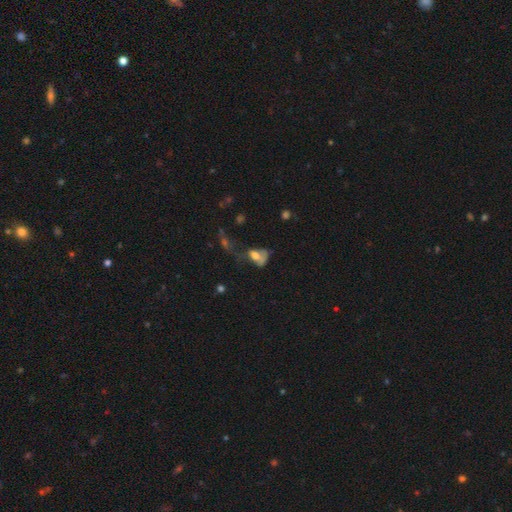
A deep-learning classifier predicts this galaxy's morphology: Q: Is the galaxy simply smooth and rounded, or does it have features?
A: smooth — 54%.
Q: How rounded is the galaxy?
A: in between — 78%.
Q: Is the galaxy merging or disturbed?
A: major disturbance — 48%.